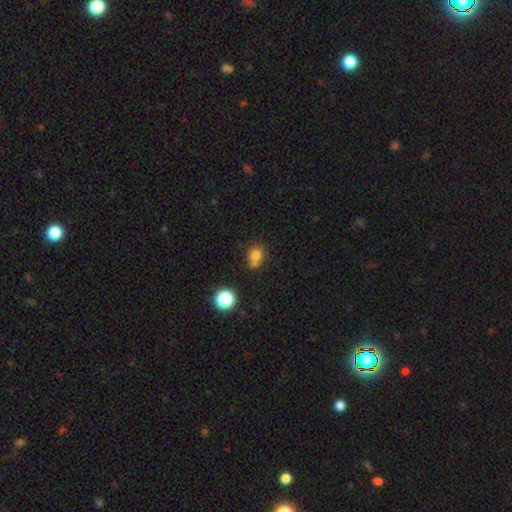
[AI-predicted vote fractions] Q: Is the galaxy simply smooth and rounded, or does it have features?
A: smooth — 75%.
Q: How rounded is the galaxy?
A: round — 69%.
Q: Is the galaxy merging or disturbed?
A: none — 47%.